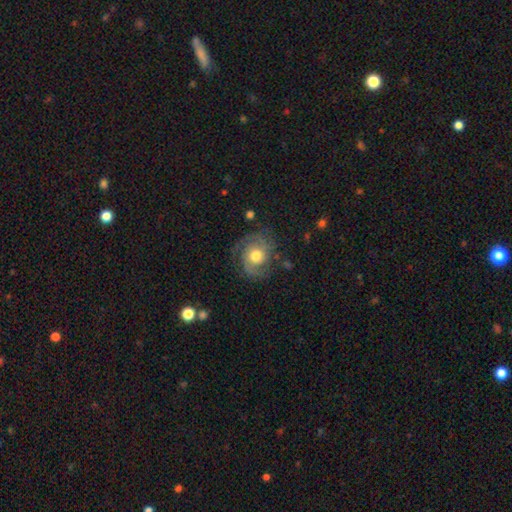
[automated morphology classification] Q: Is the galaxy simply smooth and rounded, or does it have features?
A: featured or disk — 79%.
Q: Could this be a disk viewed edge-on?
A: no — 98%.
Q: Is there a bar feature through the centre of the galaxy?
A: no — 77%.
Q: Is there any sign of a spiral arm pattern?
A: yes — 94%.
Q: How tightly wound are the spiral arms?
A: tight — 46%.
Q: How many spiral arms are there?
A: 2 — 63%.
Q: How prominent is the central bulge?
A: moderate — 71%.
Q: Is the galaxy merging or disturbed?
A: none — 74%.